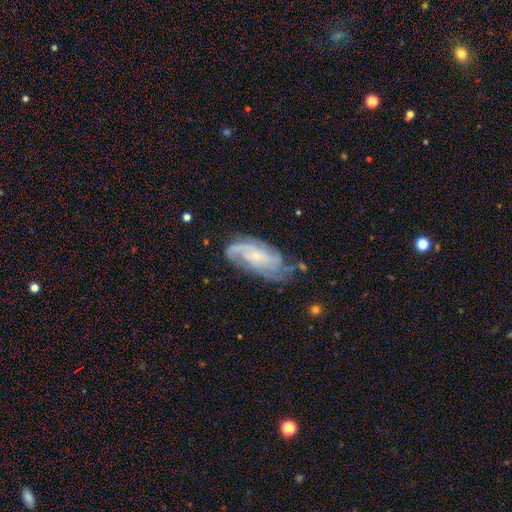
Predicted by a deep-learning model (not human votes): featured or disk 82%, smooth 11%, star or artifact 7%. Down the decision tree: edge-on disk — no (95%); bar — no (61%); spiral arms — yes (96%); spiral arm count — 3 (27%); spiral winding — tight (50%); bulge size — small (74%); merging — none (63%).